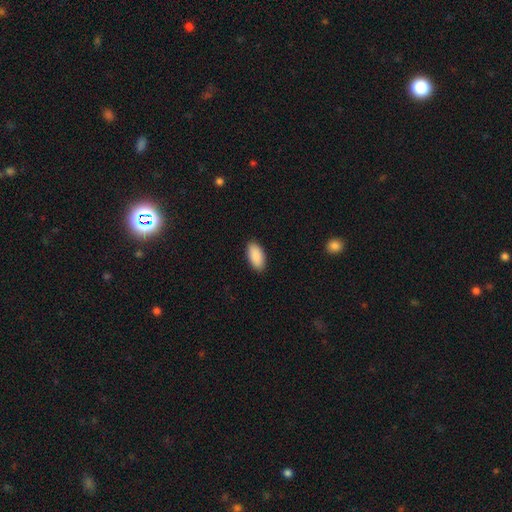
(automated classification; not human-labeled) smooth_or_featured: smooth (p=0.91) [alt: star or artifact p=0.06]
how_rounded: in between (p=0.94) [alt: cigar-shaped p=0.04]
merging: none (p=0.90) [alt: minor disturbance p=0.08]